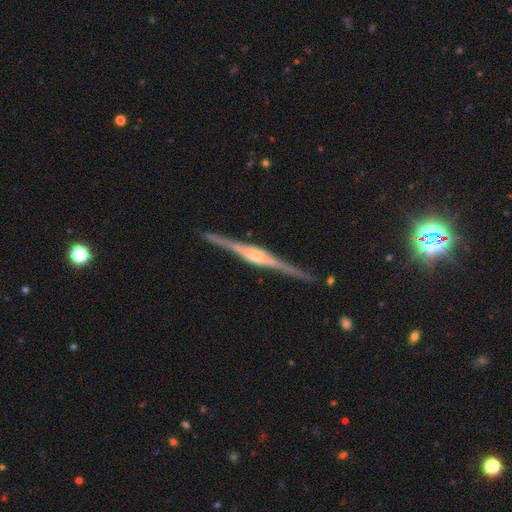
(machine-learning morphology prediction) This appears to be a featured or disk galaxy (88%) viewed edge-on (98%) with a rounded central bulge (63%). Merging: none (90%).